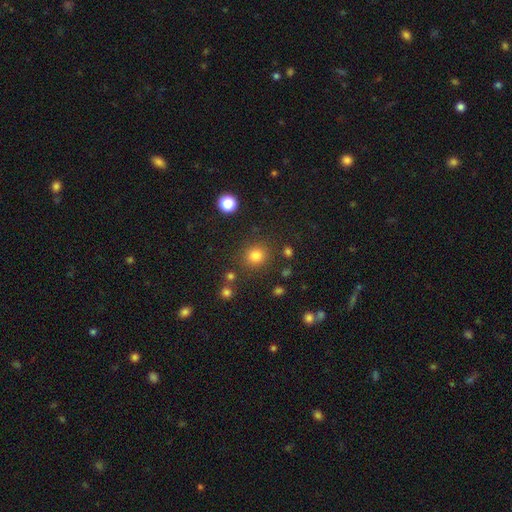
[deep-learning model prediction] The model was most divided on "smooth or featured": smooth: 81%, star or artifact: 14%, featured or disk: 5%. More confident: how rounded — round (87%); merging — none (84%).